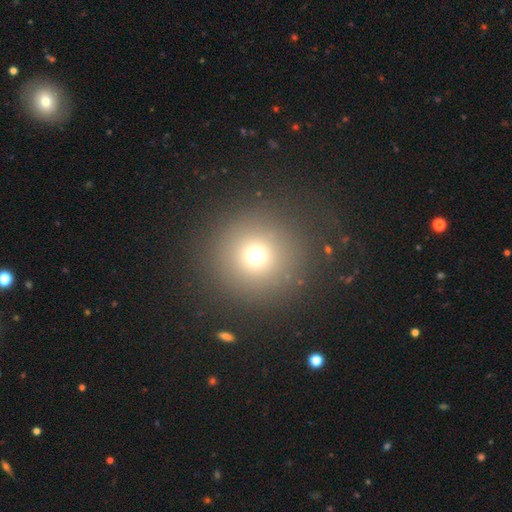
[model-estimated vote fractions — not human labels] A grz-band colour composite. It shows a smooth galaxy with no disk features (69%) that is round (96%). Merging: none (87%).